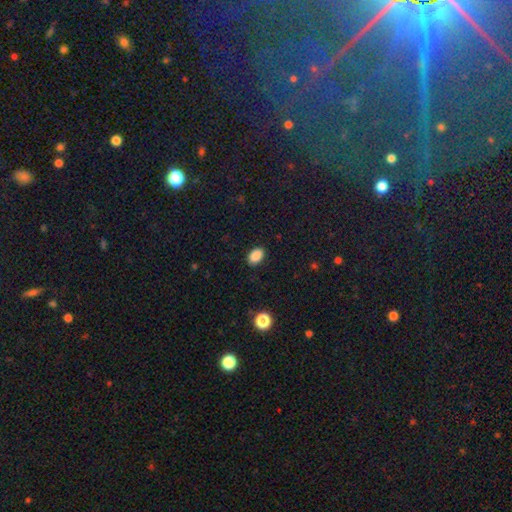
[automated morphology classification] smooth-or-featured: smooth: 88% | star or artifact: 9% | featured or disk: 3%
  how-rounded: in between: 87% | round: 12% | cigar-shaped: 1%
  merging: none: 88% | minor disturbance: 9% | major disturbance: 2% | merger: 1%